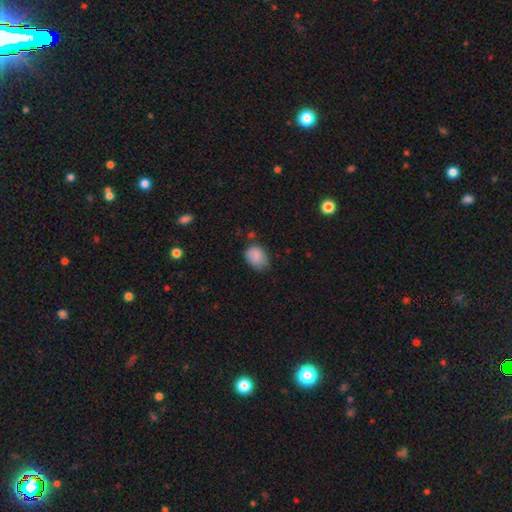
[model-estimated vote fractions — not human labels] Smooth or featured: smooth — 86% (star or artifact — 8%)
How rounded: in between — 70% (round — 29%)
Merging: none — 57% (minor disturbance — 34%)